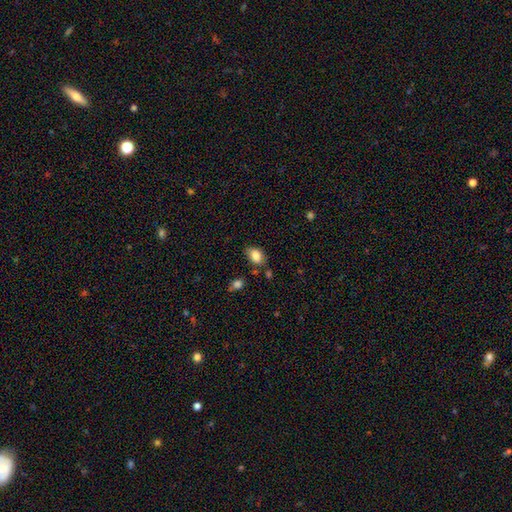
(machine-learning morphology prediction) smooth_or_featured: smooth (p=0.85) [alt: star or artifact p=0.08]
how_rounded: in between (p=0.83) [alt: round p=0.15]
merging: none (p=0.73) [alt: minor disturbance p=0.18]